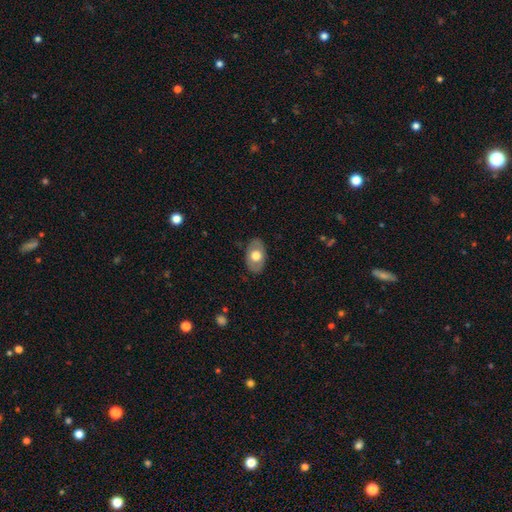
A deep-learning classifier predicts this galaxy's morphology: Smooth or featured?
  - smooth: 61% *
  - featured or disk: 33%
  - star or artifact: 6%
How rounded?
  - in between: 89% *
  - round: 10%
  - cigar-shaped: 1%
Merging?
  - none: 83% *
  - minor disturbance: 13%
  - major disturbance: 3%
  - merger: 1%